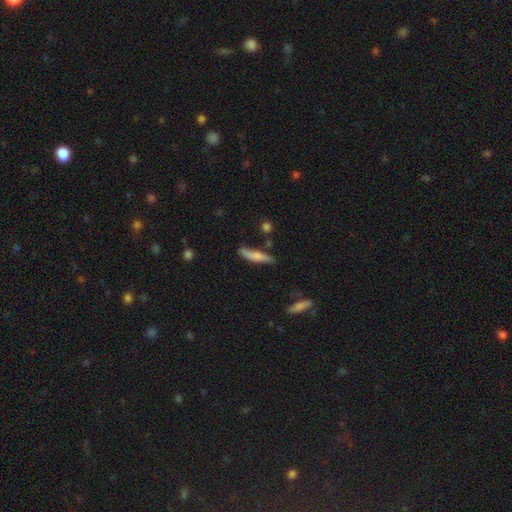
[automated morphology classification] Overall: smooth (71%). How rounded: cigar-shaped (82%). Merging: none (65%).